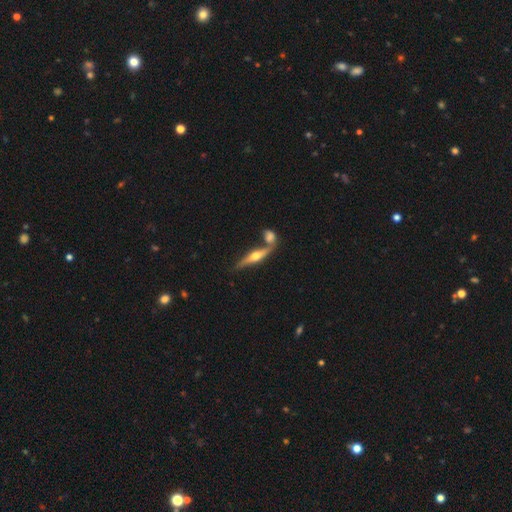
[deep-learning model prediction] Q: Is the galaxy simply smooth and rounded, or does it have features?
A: featured or disk — 69%.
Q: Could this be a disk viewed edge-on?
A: yes — 94%.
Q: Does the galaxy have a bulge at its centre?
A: rounded — 95%.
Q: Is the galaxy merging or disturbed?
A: none — 58%.